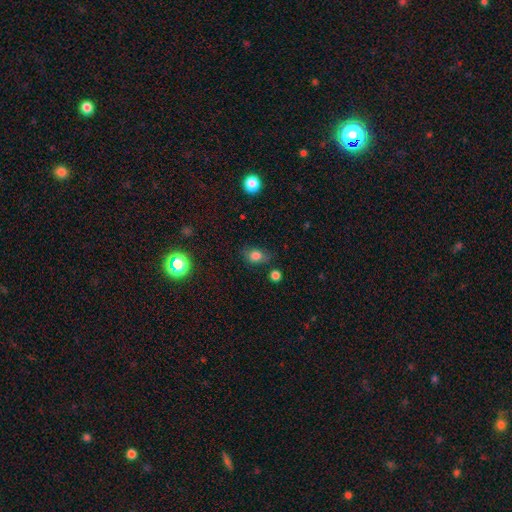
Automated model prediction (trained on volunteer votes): A smooth galaxy with no disk features (79%) that is in between round and cigar-shaped (60%). Merging: none (70%).